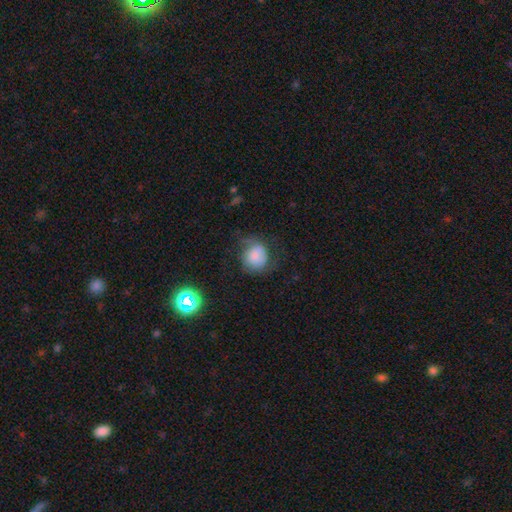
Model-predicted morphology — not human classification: The model was most divided on "merging": none: 49%, minor disturbance: 27%, major disturbance: 22%, merger: 2%. More confident: how rounded — round (73%); smooth or featured — smooth (71%).